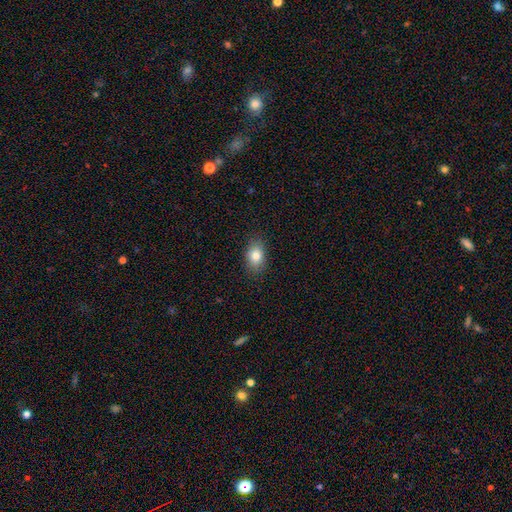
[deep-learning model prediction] A smooth galaxy with no disk features (82%) that is in between round and cigar-shaped (85%).

Vote fractions:
- Smooth or featured? smooth: 82% / featured or disk: 10% / star or artifact: 9%
- How rounded? in between: 85% / round: 13% / cigar-shaped: 2%
- Merging? none: 86% / minor disturbance: 10% / major disturbance: 2% / merger: 1%